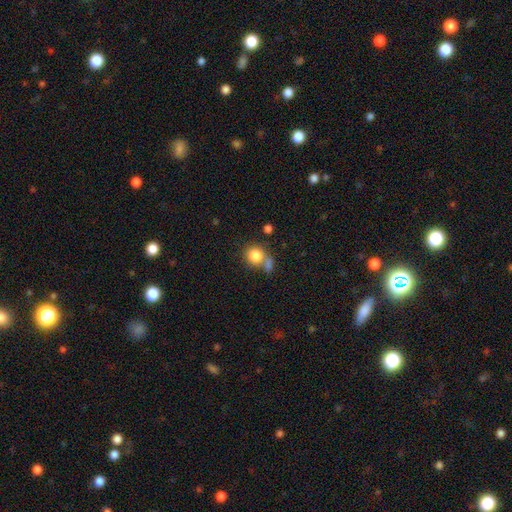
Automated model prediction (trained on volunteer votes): Overall: smooth (82%). How rounded: round (82%). Merging: none (50%; merger 31%).